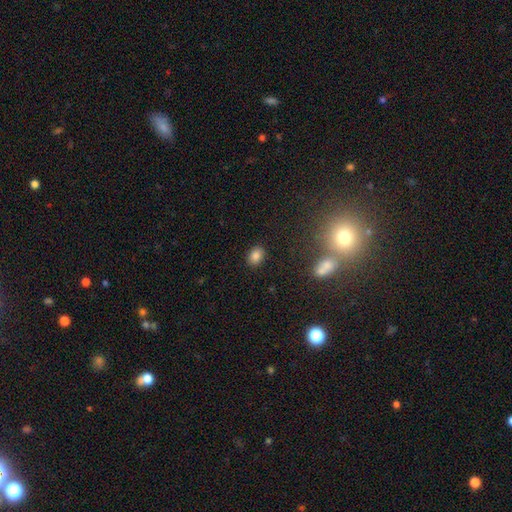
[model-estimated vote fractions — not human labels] Overall: smooth (82%). How rounded: in between (61%; round 38%). Merging: none (88%).